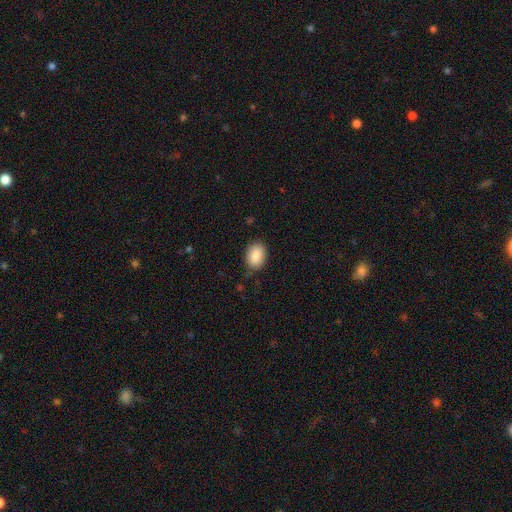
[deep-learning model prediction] smooth-or-featured: smooth: 89% | star or artifact: 7% | featured or disk: 4%
  how-rounded: in between: 82% | round: 17% | cigar-shaped: 1%
  merging: none: 79% | minor disturbance: 17% | major disturbance: 3% | merger: 1%